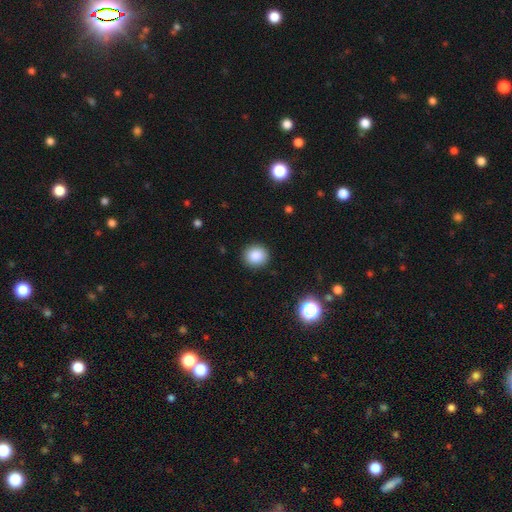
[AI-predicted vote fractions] Smooth or featured?
  - smooth: 86% *
  - star or artifact: 10%
  - featured or disk: 4%
How rounded?
  - round: 85% *
  - in between: 14%
  - cigar-shaped: 1%
Merging?
  - none: 91% *
  - minor disturbance: 6%
  - major disturbance: 2%
  - merger: 1%